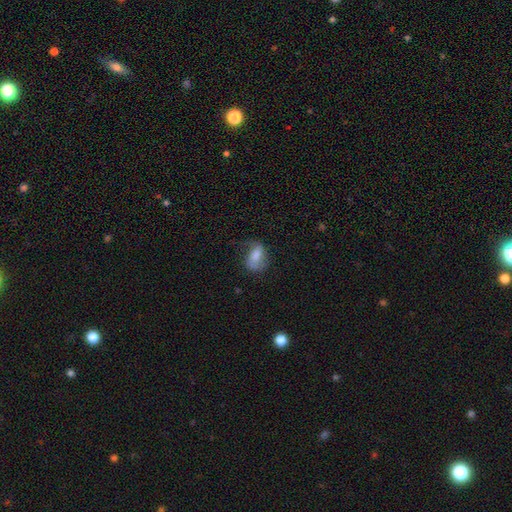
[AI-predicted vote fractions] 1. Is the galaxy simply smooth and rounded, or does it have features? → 54% smooth, 37% featured or disk, 10% star or artifact.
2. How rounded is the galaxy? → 82% in between, 15% round, 3% cigar-shaped.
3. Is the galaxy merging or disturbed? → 50% none, 28% minor disturbance, 20% major disturbance, 2% merger.